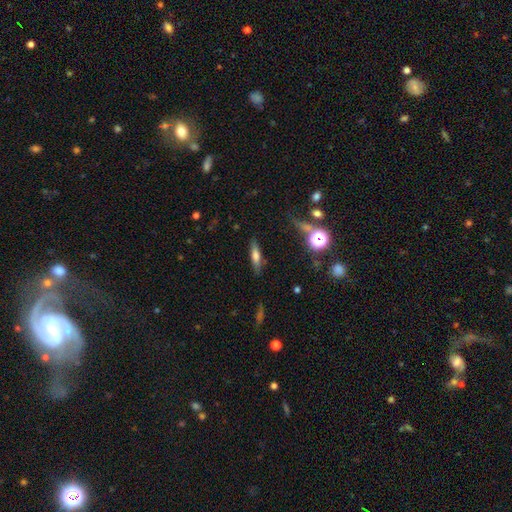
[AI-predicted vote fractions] Q: Smooth or featured?
A: smooth (57%); runner-up: featured or disk (30%)
Q: How rounded?
A: cigar-shaped (66%); runner-up: in between (30%)
Q: Merging?
A: none (80%); runner-up: minor disturbance (13%)